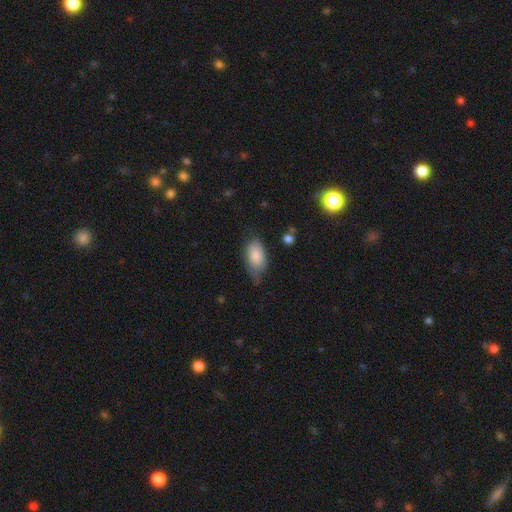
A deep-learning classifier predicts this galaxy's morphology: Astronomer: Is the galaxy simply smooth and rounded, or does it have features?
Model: smooth — 81%.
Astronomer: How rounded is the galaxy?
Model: in between — 93%.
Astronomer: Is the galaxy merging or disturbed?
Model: none — 51% (runner-up: minor disturbance, 37%).